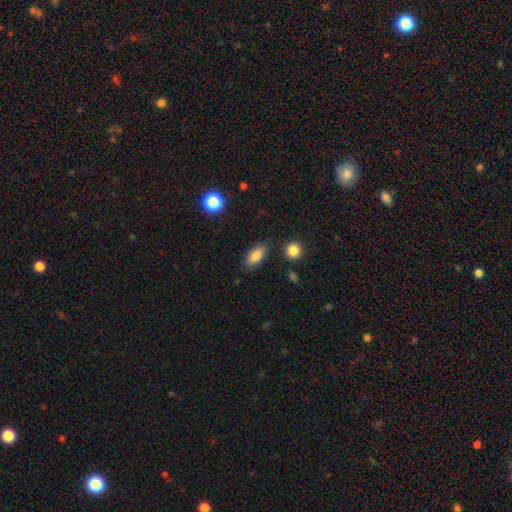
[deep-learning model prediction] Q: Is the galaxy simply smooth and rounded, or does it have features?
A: smooth — 86%.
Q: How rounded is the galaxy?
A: in between — 88%.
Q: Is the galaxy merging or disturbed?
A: none — 82%.